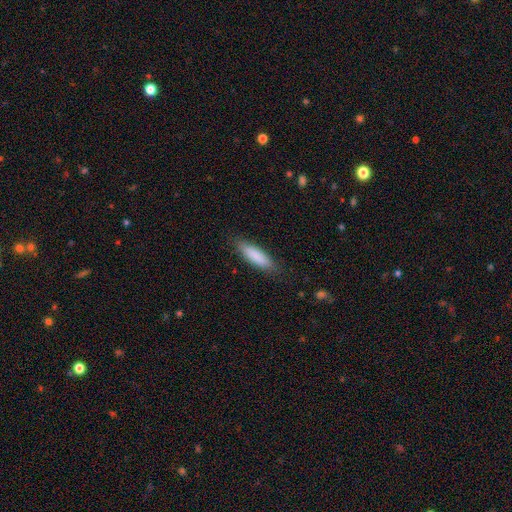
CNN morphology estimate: This appears to be a smooth galaxy with no disk features (86%) that is cigar-shaped (59%). Merging: none (84%).